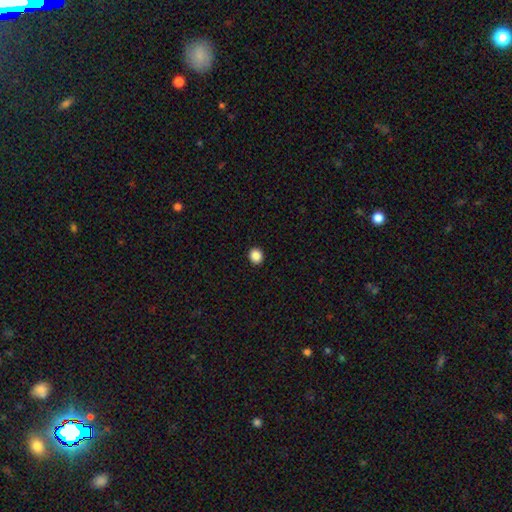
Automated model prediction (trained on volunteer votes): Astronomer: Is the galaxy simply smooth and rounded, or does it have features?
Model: smooth — 88%.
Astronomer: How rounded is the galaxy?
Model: round — 83%.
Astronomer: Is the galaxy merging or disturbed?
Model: none — 93%.